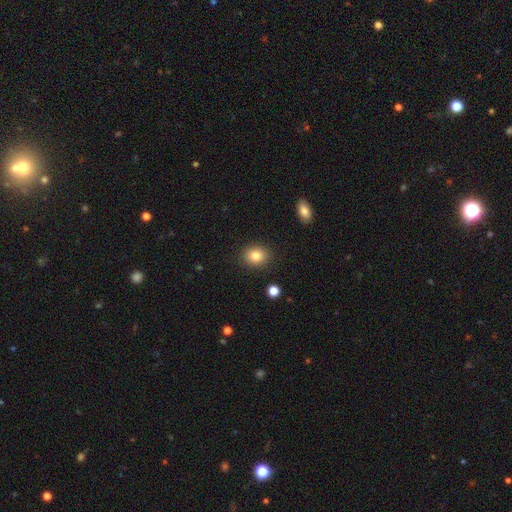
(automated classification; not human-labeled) This appears to be a smooth galaxy with no disk features (83%) that is round (59%). Merging: none (89%).